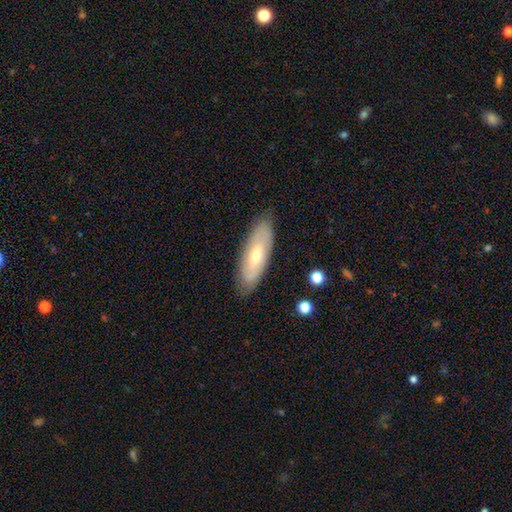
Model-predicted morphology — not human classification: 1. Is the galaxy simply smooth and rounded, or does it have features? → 47% smooth (tied), 47% featured or disk (tied), 6% star or artifact.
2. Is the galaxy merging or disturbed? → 83% none, 13% minor disturbance, 3% major disturbance, 1% merger.